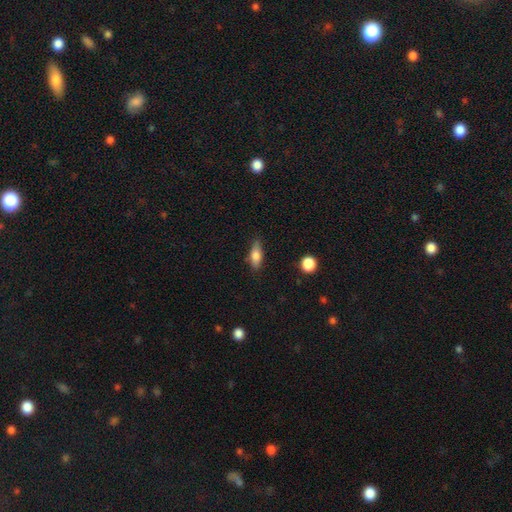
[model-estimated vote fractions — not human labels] This appears to be a smooth galaxy with no disk features (75%) that is in between round and cigar-shaped (73%). Merging: none (79%).